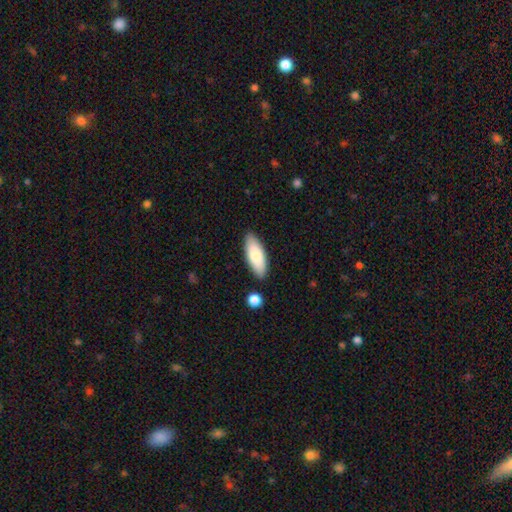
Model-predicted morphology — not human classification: Smooth or featured? smooth (82%)
How rounded? in between (74%)
Merging? none (85%)